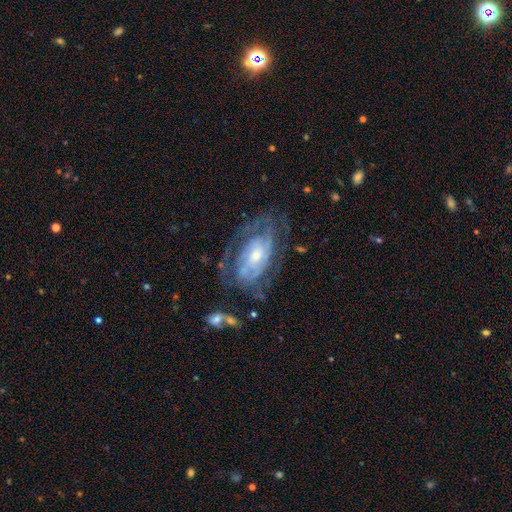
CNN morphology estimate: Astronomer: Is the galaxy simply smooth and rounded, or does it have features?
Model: featured or disk — 80%.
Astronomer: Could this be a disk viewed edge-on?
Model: no — 95%.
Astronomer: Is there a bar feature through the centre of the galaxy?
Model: no — 68%.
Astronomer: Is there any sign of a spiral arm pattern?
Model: yes — 84%.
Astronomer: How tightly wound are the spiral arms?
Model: tight — 58%.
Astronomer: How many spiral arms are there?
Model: can't tell — 48%.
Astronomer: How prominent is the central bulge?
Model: small — 51% (runner-up: moderate, 40%).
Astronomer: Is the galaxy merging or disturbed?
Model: none — 60%.